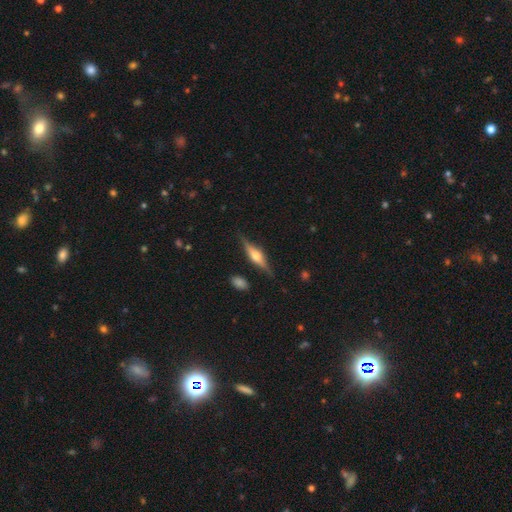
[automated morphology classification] Overall: featured or disk (73%). Edge-on disk: yes (97%). Edge-on bulge: rounded (88%). Merging: none (84%).